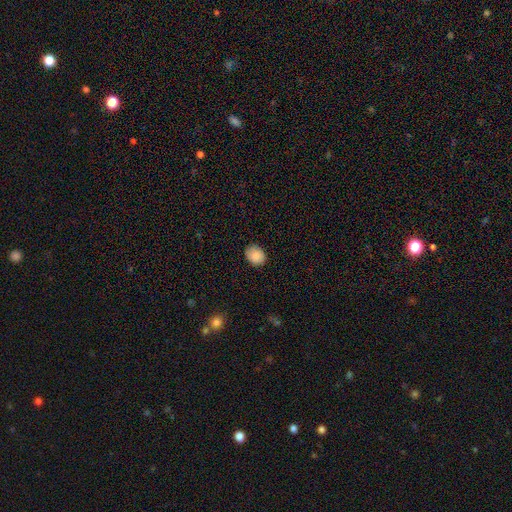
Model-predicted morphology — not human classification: smooth-or-featured: smooth: 88% | star or artifact: 8% | featured or disk: 5%
  how-rounded: in between: 50% | round: 49% | cigar-shaped: 1%
  merging: none: 83% | minor disturbance: 13% | major disturbance: 2% | merger: 1%